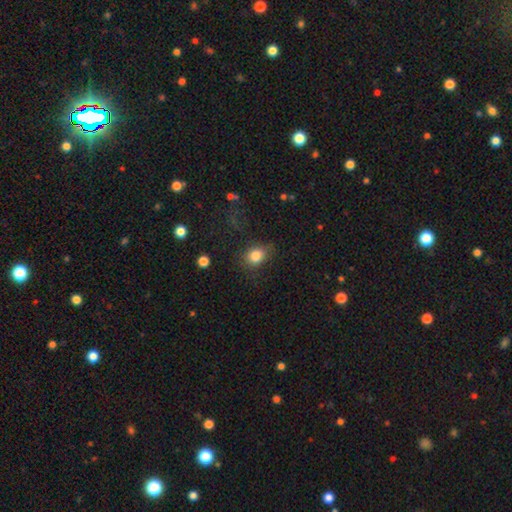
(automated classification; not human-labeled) Smooth or featured? Predicted: smooth (p=0.83). How rounded? Predicted: in between (p=0.53). Merging? Predicted: none (p=0.69).